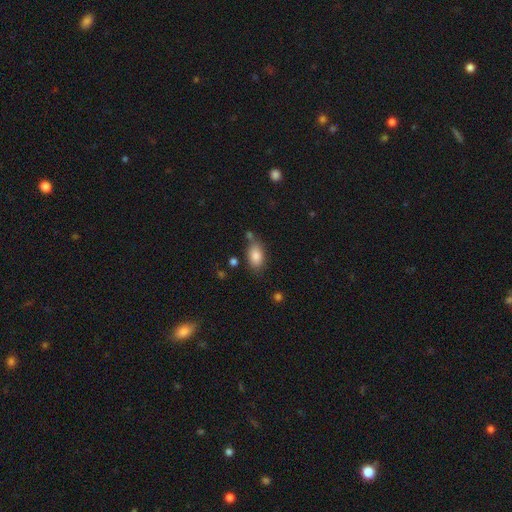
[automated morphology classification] smooth-or-featured: smooth: 83% | featured or disk: 9% | star or artifact: 8%
  how-rounded: in between: 91% | round: 6% | cigar-shaped: 3%
  merging: none: 68% | minor disturbance: 18% | merger: 10% | major disturbance: 5%